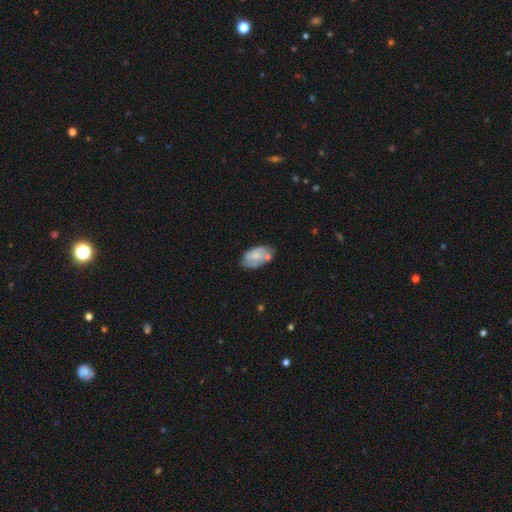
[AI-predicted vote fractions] This appears to be a smooth galaxy with no disk features (58%) that is in between round and cigar-shaped (93%). Merging: none (55%).